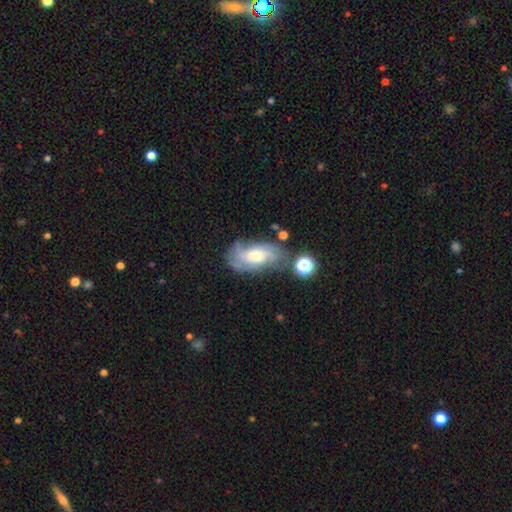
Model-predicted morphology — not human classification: This appears to be a featured or disk galaxy (66%) with no bar (60%), medium (43%) spiral arms (87%) and a moderate central bulge (41%). Merging: none (56%).